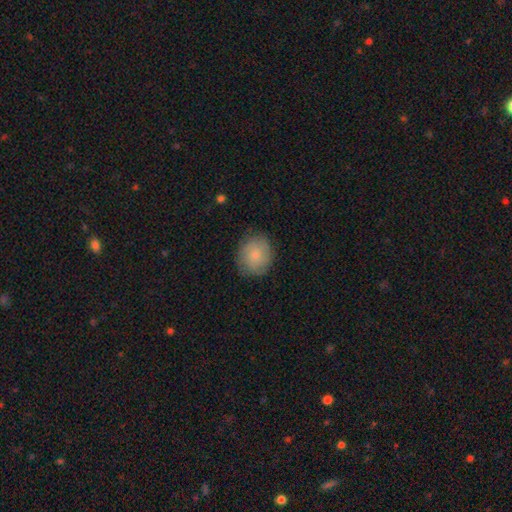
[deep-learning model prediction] Q: Smooth or featured?
A: smooth (78%); runner-up: featured or disk (16%)
Q: How rounded?
A: round (78%); runner-up: in between (21%)
Q: Merging?
A: none (81%); runner-up: minor disturbance (14%)